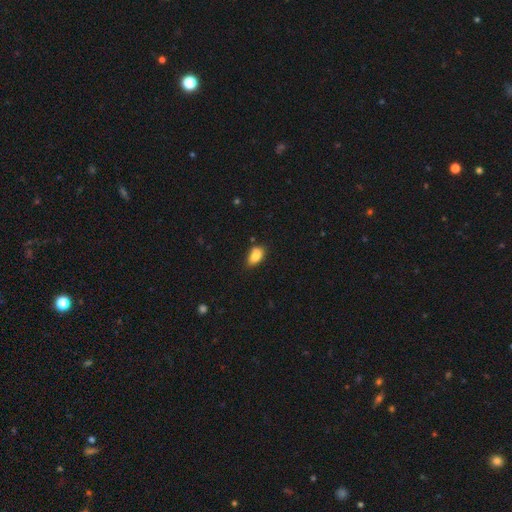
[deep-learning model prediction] This appears to be a smooth galaxy with no disk features (83%) that is in between round and cigar-shaped (89%). Merging: none (60%).